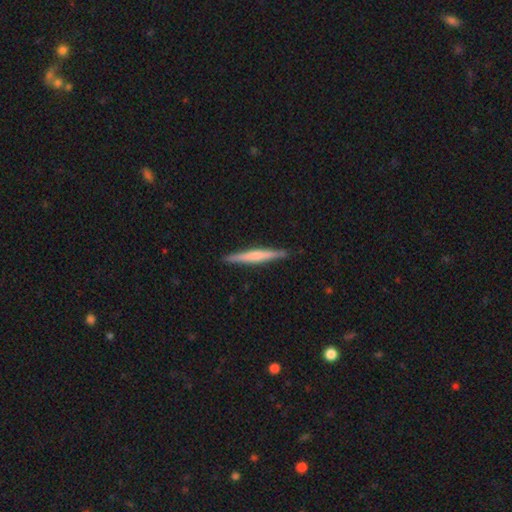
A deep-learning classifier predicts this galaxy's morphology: Smooth or featured? featured or disk (51%)
Edge-on disk? yes (97%)
Merging? none (91%)